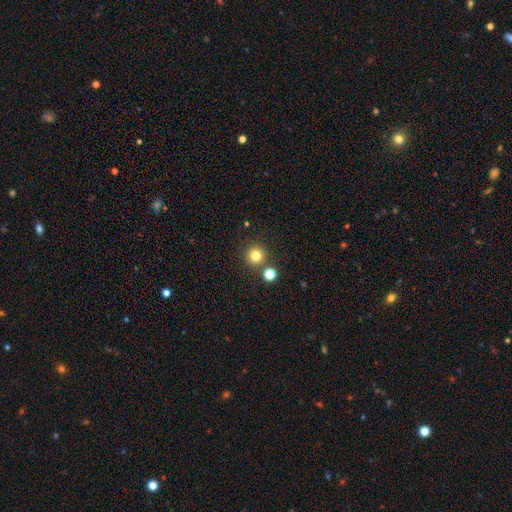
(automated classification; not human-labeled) This appears to be a smooth galaxy with no disk features (80%) that is round (95%). Merging: none (84%).